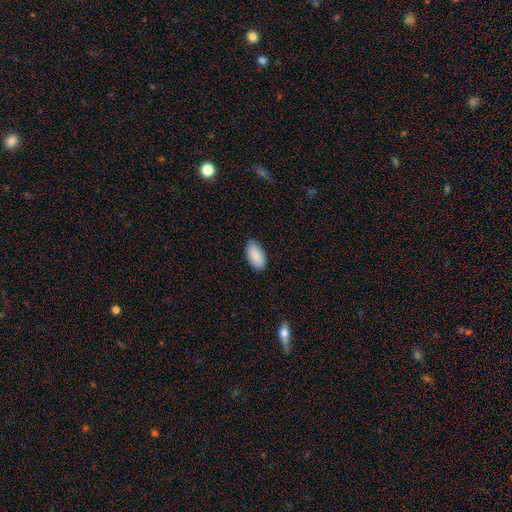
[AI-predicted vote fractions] smooth-or-featured: smooth: 89% | star or artifact: 6% | featured or disk: 5%
  how-rounded: in between: 95% | cigar-shaped: 3% | round: 2%
  merging: none: 83% | minor disturbance: 14% | major disturbance: 2% | merger: 1%